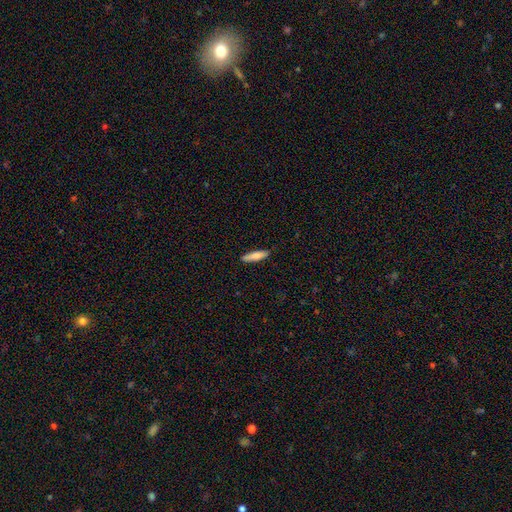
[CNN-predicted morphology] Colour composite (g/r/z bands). It shows a smooth galaxy with no disk features (79%) that is cigar-shaped (76%). Merging: none (87%).